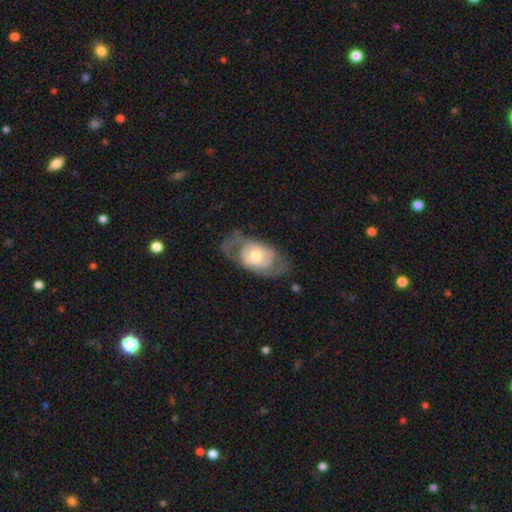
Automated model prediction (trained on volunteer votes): Smooth or featured? featured or disk (68%)
Edge-on disk? no (93%)
Bar? no (67%)
Spiral arms? yes (72%)
Bulge size? moderate (64%)
Merging? none (56%)